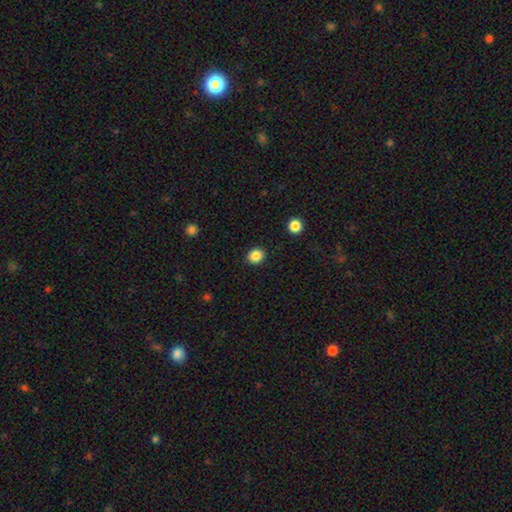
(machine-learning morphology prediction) Q: Smooth or featured?
A: smooth (86%); runner-up: star or artifact (10%)
Q: How rounded?
A: round (73%); runner-up: in between (26%)
Q: Merging?
A: none (90%); runner-up: minor disturbance (7%)